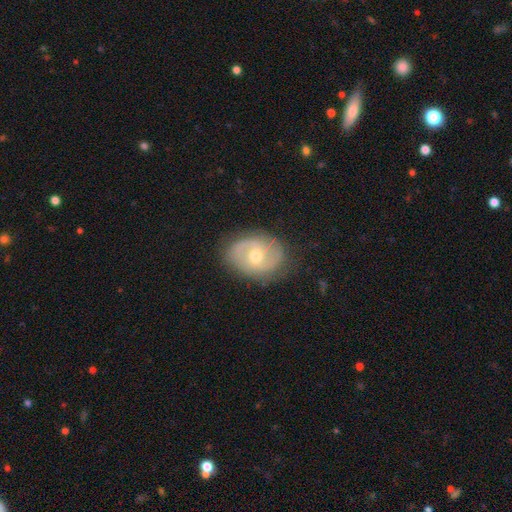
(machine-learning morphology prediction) The model was most divided on "spiral winding": medium: 42%, tight: 38%, loose: 19%. More confident: edge-on disk — no (96%); spiral arms — yes (85%); merging — none (82%); spiral arm count — 2 (80%); smooth or featured — featured or disk (75%); bulge size — moderate (69%); bar — no (54%).